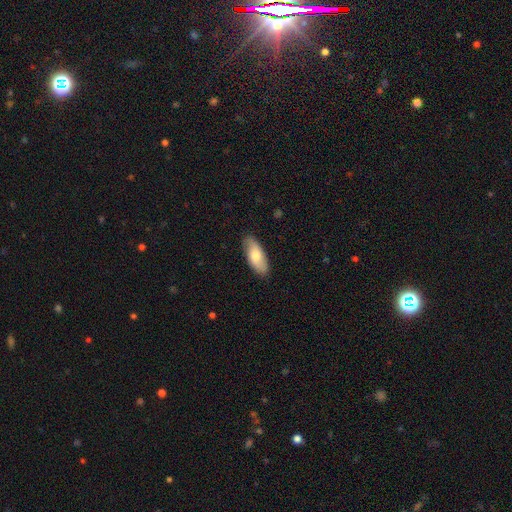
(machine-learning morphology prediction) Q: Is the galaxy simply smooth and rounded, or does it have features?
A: smooth — 71%.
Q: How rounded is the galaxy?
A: in between — 85%.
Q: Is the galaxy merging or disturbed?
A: none — 85%.